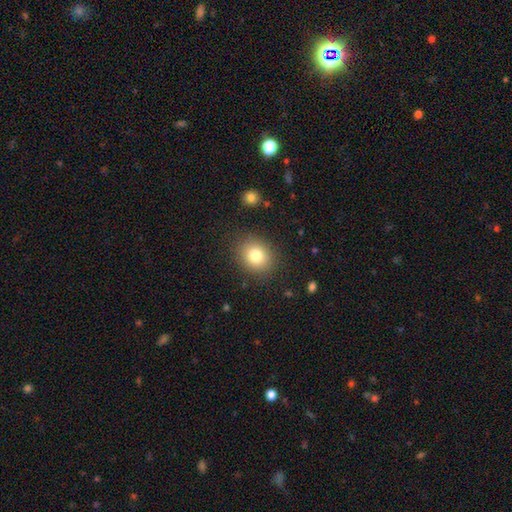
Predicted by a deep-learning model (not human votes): Smooth or featured? smooth (79%)
How rounded? round (70%)
Merging? none (87%)